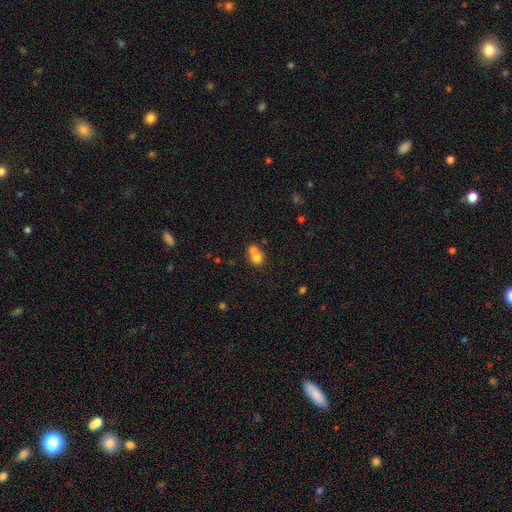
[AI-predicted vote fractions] This appears to be a smooth galaxy with no disk features (72%) that is round (75%). Merging: merger (64%).